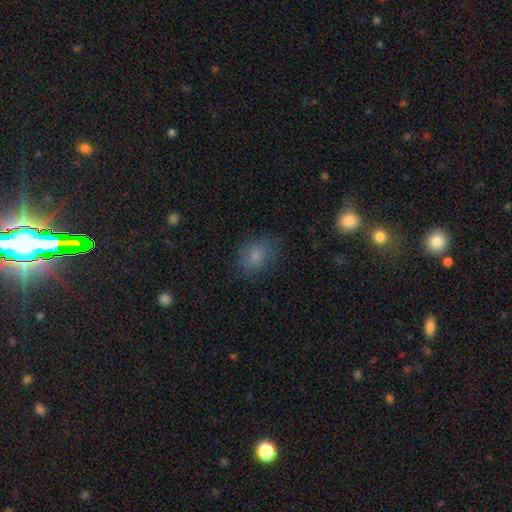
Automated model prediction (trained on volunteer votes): Smooth or featured? Predicted: smooth (p=0.79). How rounded? Predicted: in between (p=0.59). Merging? Predicted: none (p=0.73).